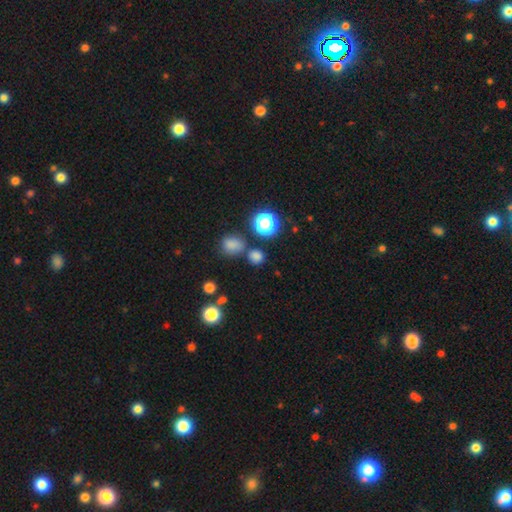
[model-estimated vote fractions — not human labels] smooth 74%, star or artifact 21%, featured or disk 5%. Down the decision tree: how rounded — round (80%); merging — none (72%).